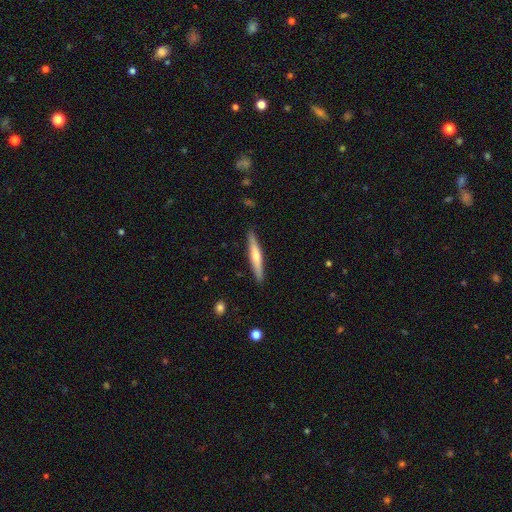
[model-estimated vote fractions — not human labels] Smooth or featured: featured or disk — 53% (smooth — 41%)
Edge-on disk: yes — 96% (no — 4%)
Edge-on bulge: rounded — 75% (none — 18%)
Merging: none — 91% (minor disturbance — 7%)